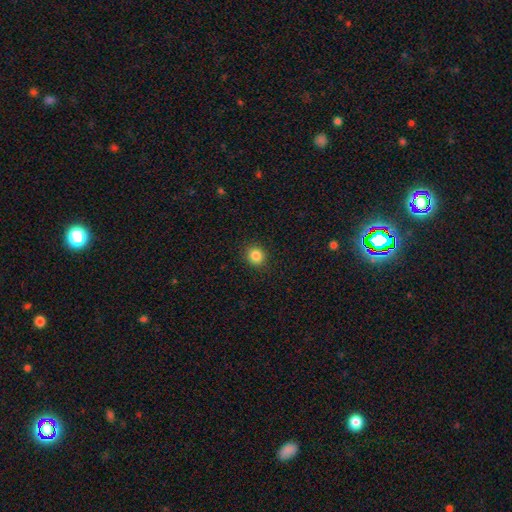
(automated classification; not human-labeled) The model was most divided on "how rounded": round: 82%, in between: 17%, cigar-shaped: 1%. More confident: merging — none (91%); smooth or featured — smooth (85%).